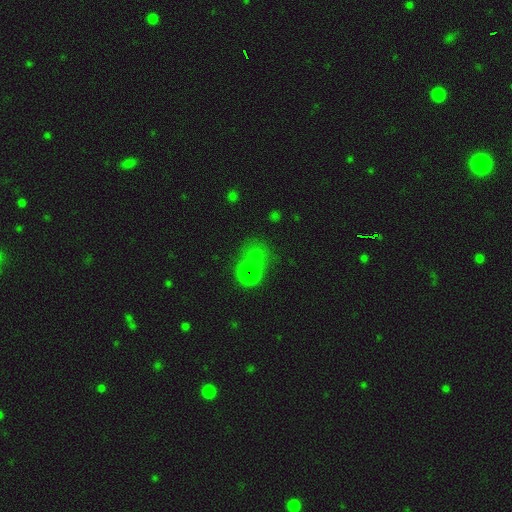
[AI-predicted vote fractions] This is possibly a smooth galaxy (57%). How rounded: clearly round (82%). Merging: possibly none (56%).